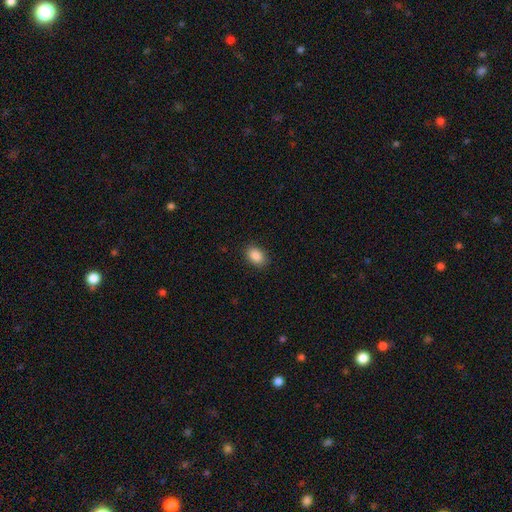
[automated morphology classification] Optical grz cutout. It shows a smooth galaxy with no disk features (88%) that is in between round and cigar-shaped (82%). Merging: none (88%).